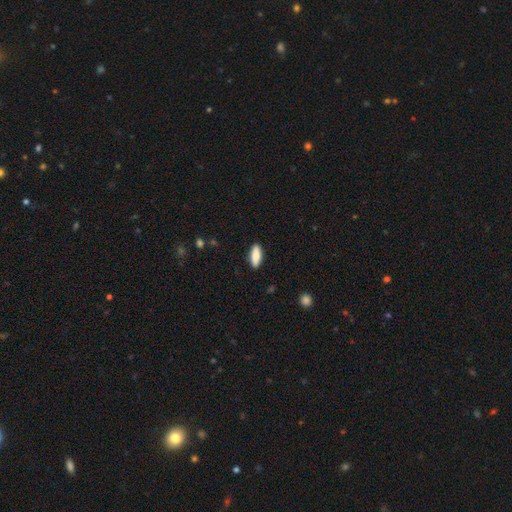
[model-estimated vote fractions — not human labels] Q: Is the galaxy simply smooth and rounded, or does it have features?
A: smooth — 80%.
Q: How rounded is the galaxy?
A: in between — 66%.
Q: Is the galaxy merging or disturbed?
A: none — 89%.